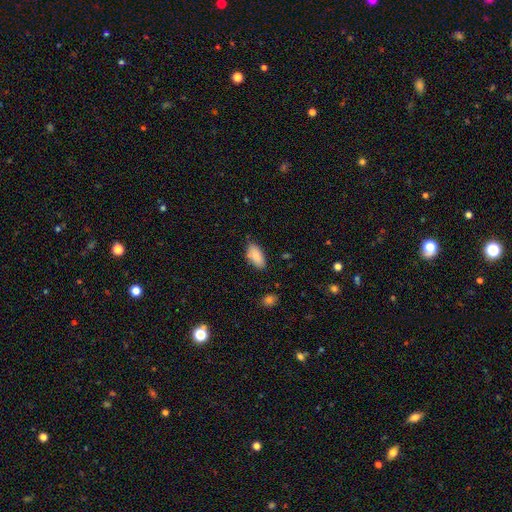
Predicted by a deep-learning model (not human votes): This appears to be a smooth galaxy with no disk features (86%) that is in between round and cigar-shaped (92%). Merging: none (78%).